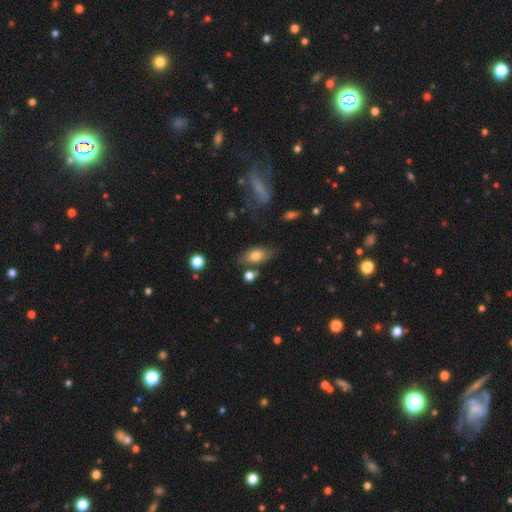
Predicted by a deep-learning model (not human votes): smooth-or-featured: smooth: 74% | featured or disk: 18% | star or artifact: 8%
  how-rounded: in between: 86% | round: 7% | cigar-shaped: 7%
  merging: none: 68% | minor disturbance: 17% | merger: 9% | major disturbance: 6%